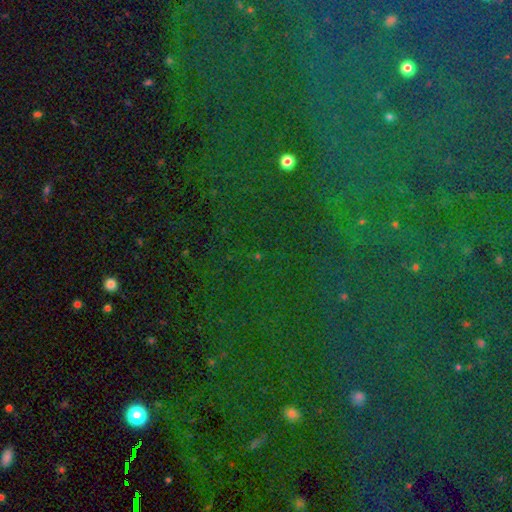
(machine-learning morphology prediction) This is clearly a star or artifact rather than a galaxy (81%).